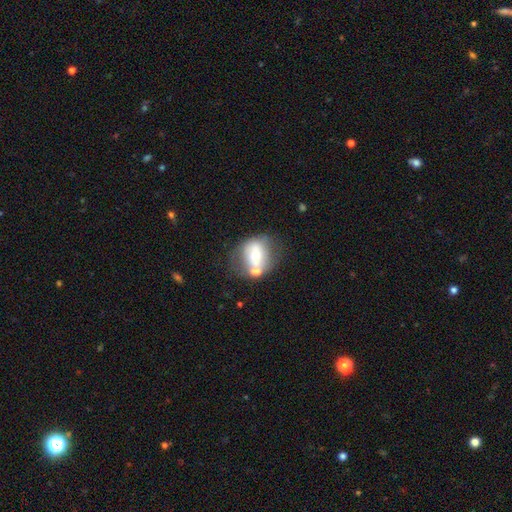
Smooth or featured?
  - smooth: 58% *
  - featured or disk: 34%
  - star or artifact: 8%
How rounded?
  - round: 59% *
  - in between: 41%
  - cigar-shaped: 0%
Merging?
  - none: 57% *
  - merger: 20%
  - major disturbance: 14%
  - minor disturbance: 9%